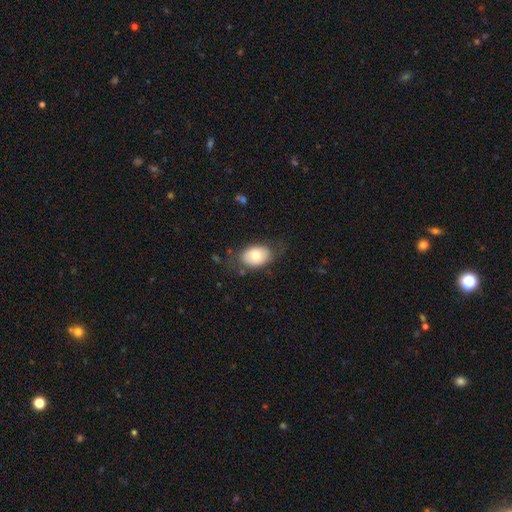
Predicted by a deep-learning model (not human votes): Morphology: type=smooth (71%); roundness=in between (83%); merging=none (70%).